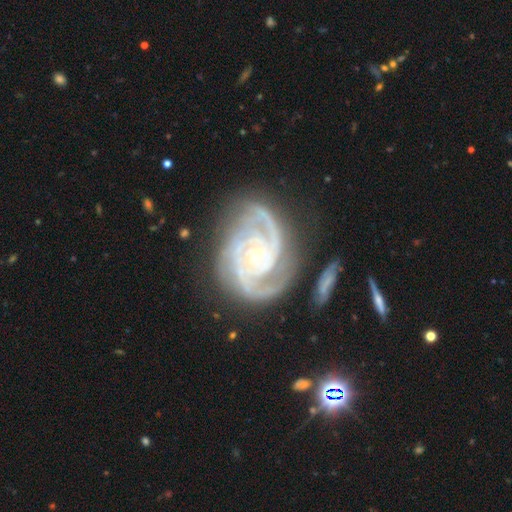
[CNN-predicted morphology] A featured or disk galaxy (92%) with no bar (71%), 2 (41%) tight (66%) spiral arms (98%) and a small central bulge (65%).

Vote fractions:
- Smooth or featured? featured or disk: 92% / star or artifact: 5% / smooth: 3%
- Edge-on disk? no: 98% / yes: 2%
- Bar? no: 71% / weak: 19% / strong: 9%
- Spiral arms? yes: 98% / no: 2%
- Spiral winding? tight: 66% / medium: 30% / loose: 4%
- Spiral arm count? 2: 41% / 3: 33% / can't tell: 9% / 4: 8% / more than 4: 5% / 1: 5%
- Bulge size? small: 65% / moderate: 32% / large: 1% / none: 1% / dominant: 1%
- Merging? none: 66% / minor disturbance: 21% / major disturbance: 10% / merger: 3%